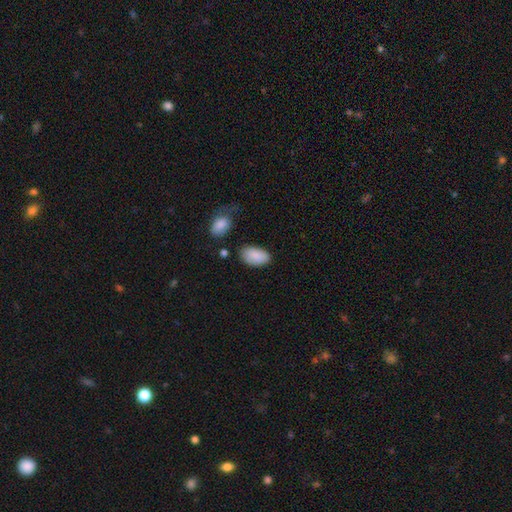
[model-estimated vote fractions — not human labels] The model was most divided on "merging": none: 73%, minor disturbance: 19%, major disturbance: 5%, merger: 4%. More confident: how rounded — in between (94%); smooth or featured — smooth (88%).